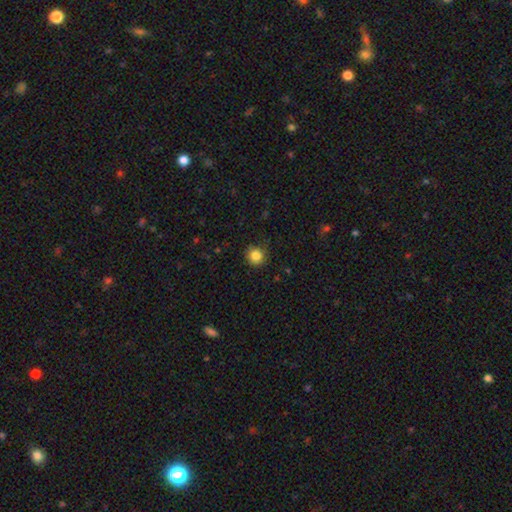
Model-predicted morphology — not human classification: Smooth or featured? smooth (85%)
How rounded? round (93%)
Merging? none (85%)